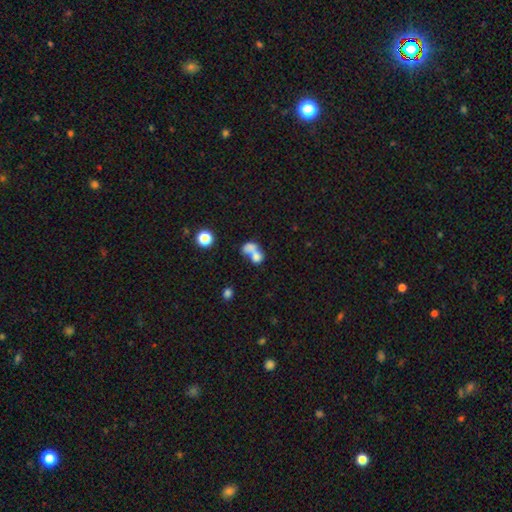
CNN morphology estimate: Smooth or featured?
  - smooth: 67% *
  - featured or disk: 21%
  - star or artifact: 12%
How rounded?
  - in between: 59% *
  - round: 39%
  - cigar-shaped: 2%
Merging?
  - merger: 70% *
  - none: 16%
  - major disturbance: 8%
  - minor disturbance: 6%